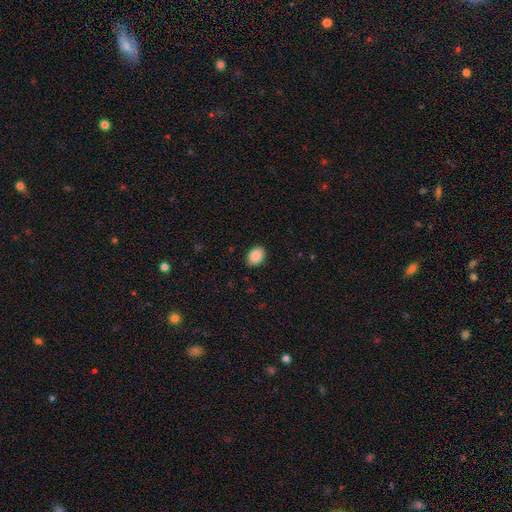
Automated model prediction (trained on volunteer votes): Smooth or featured?
  - smooth: 90% *
  - star or artifact: 7%
  - featured or disk: 3%
How rounded?
  - in between: 69% *
  - round: 30%
  - cigar-shaped: 1%
Merging?
  - none: 88% *
  - minor disturbance: 9%
  - major disturbance: 2%
  - merger: 1%